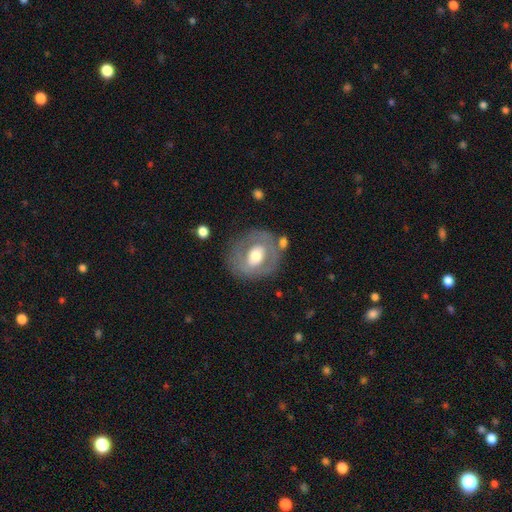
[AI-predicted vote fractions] featured or disk 54%, smooth 40%, star or artifact 6%. Down the decision tree: edge-on disk — no (95%); bar — no (61%); spiral arms — no (77%); bulge size — moderate (60%); merging — none (71%).